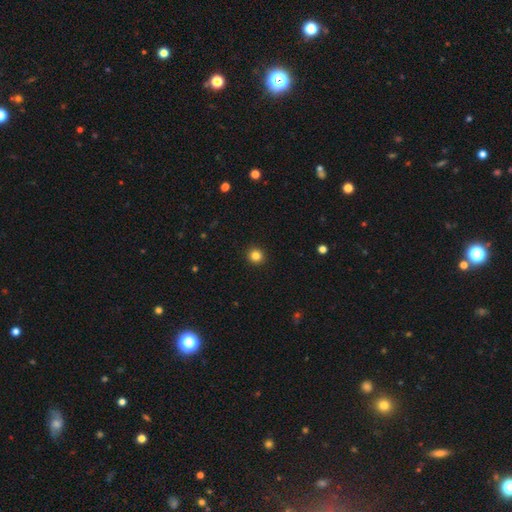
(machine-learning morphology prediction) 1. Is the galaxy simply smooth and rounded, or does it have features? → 84% smooth, 12% star or artifact, 4% featured or disk.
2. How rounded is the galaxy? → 94% round, 5% in between, 1% cigar-shaped.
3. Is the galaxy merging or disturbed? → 93% none, 4% minor disturbance, 2% major disturbance, 1% merger.